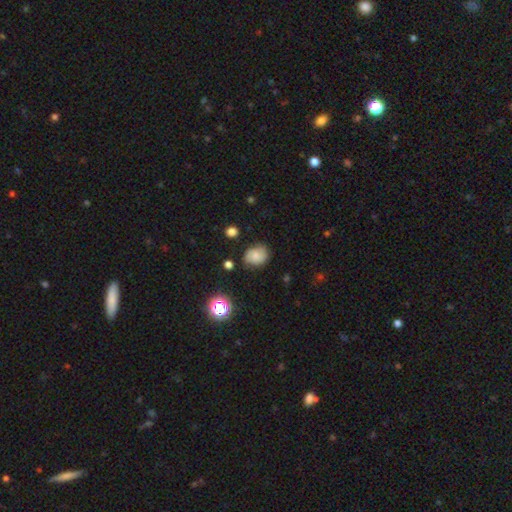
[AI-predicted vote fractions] A smooth galaxy with no disk features (61%) that is in between round and cigar-shaped (51%). Merging: none (71%).